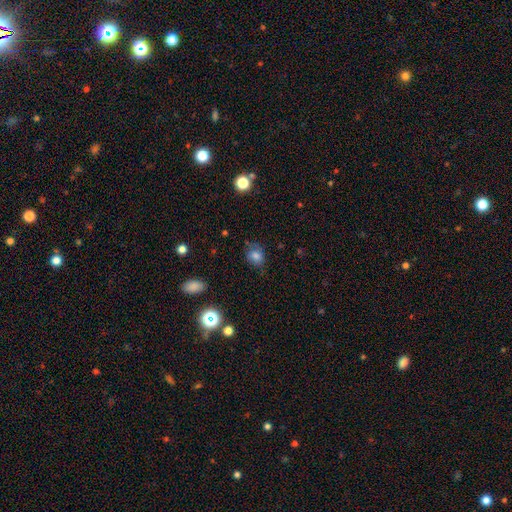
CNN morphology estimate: Smooth or featured? smooth (75%)
How rounded? in between (53%)
Merging? none (66%)